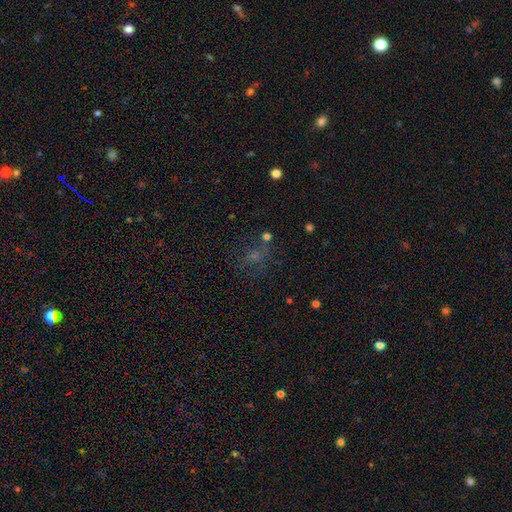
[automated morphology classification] Smooth or featured? Predicted: smooth (p=0.40). Merging? Predicted: none (p=0.55).